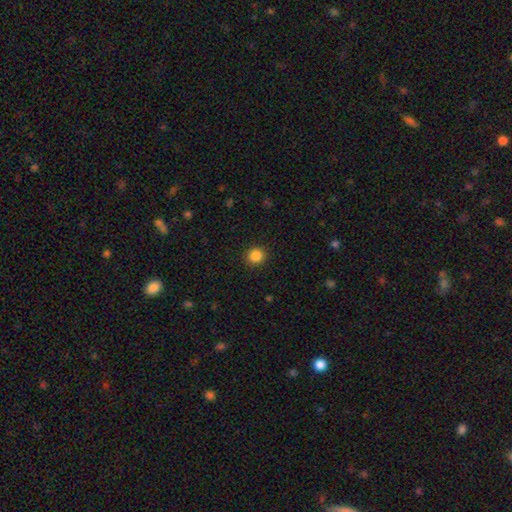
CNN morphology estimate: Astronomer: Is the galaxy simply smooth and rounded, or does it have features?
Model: smooth — 86%.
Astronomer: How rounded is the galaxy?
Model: round — 88%.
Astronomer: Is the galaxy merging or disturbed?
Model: none — 91%.